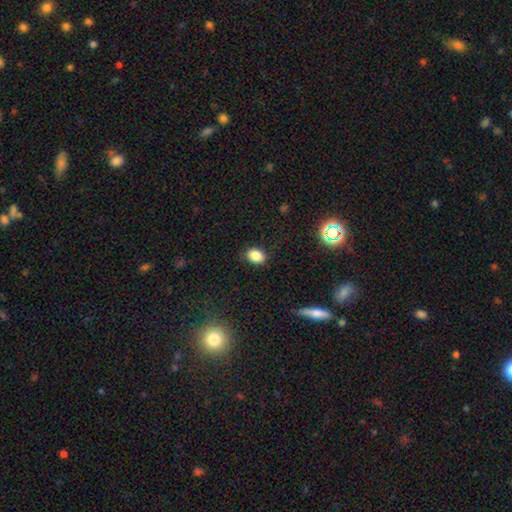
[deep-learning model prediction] smooth_or_featured: smooth (p=0.84) [alt: star or artifact p=0.11]
how_rounded: in between (p=0.72) [alt: round p=0.27]
merging: none (p=0.84) [alt: minor disturbance p=0.12]